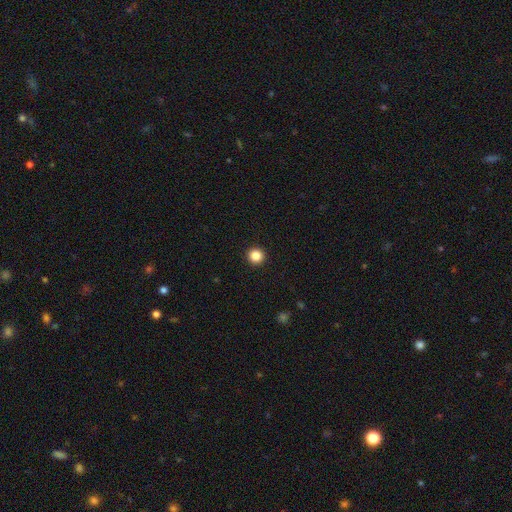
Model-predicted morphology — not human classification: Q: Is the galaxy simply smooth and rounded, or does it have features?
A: smooth — 86%.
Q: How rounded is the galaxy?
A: round — 96%.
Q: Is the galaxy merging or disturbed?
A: none — 94%.